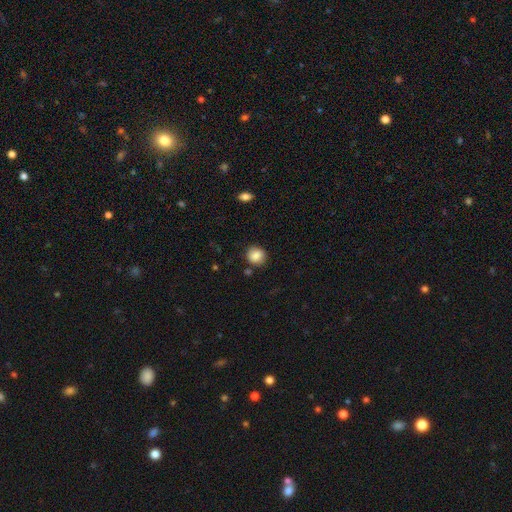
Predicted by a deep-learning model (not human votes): This is clearly a smooth galaxy (86%). How rounded: clearly round (85%). Merging: clearly none (84%).